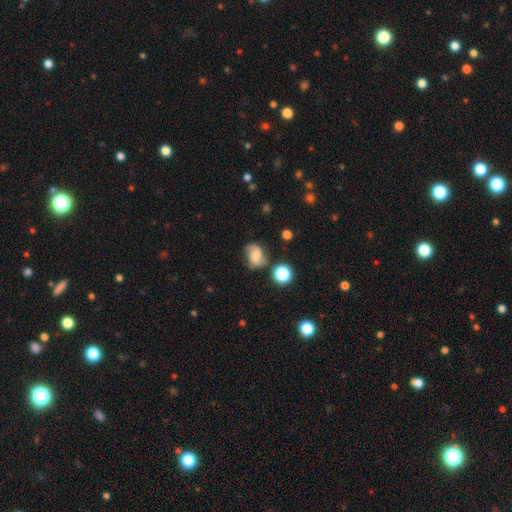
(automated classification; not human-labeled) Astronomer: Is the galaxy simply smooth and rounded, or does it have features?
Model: smooth — 51% (runner-up: featured or disk, 36%).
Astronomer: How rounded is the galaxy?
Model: in between — 55% (runner-up: round, 44%).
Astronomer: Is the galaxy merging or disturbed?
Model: none — 59%.